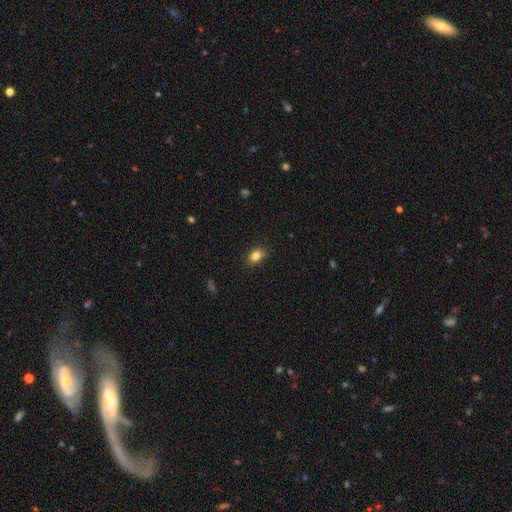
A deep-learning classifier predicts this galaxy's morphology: The model was most divided on "how rounded": in between: 67%, round: 32%, cigar-shaped: 1%. More confident: merging — none (86%); smooth or featured — smooth (83%).